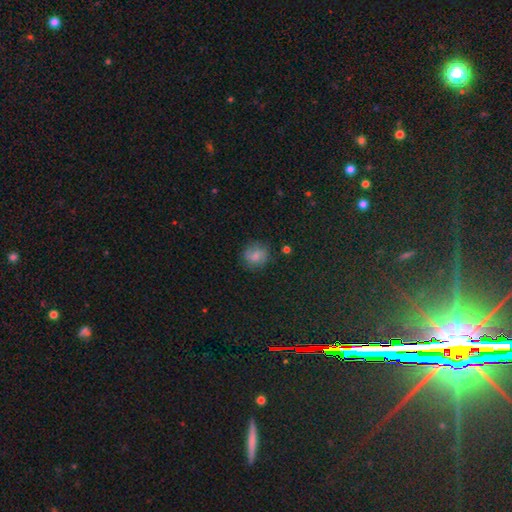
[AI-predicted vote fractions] Smooth or featured? Predicted: smooth (p=0.68). How rounded? Predicted: round (p=0.81). Merging? Predicted: none (p=0.75).